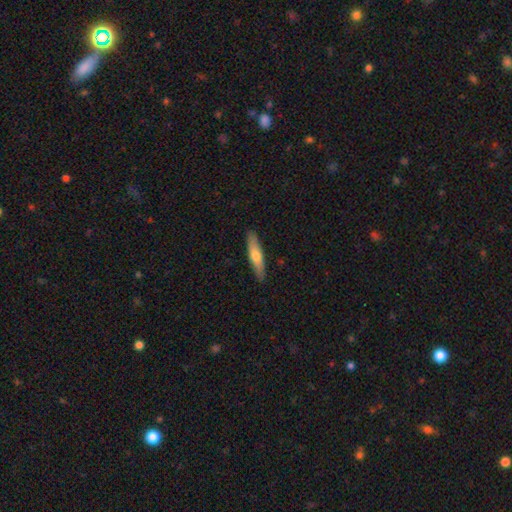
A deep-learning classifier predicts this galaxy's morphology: type=smooth (58%); roundness=cigar-shaped (81%); merging=none (90%).